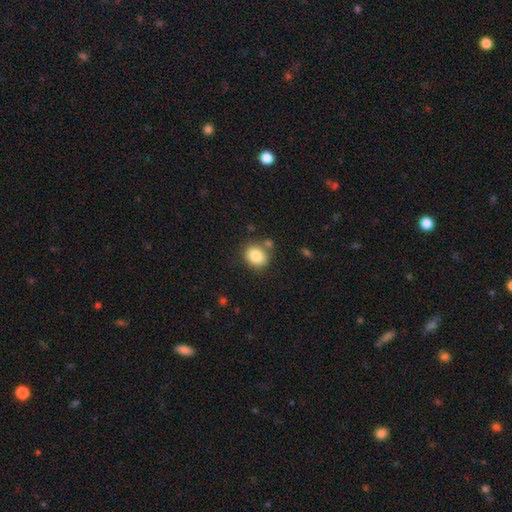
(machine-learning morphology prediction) Overall: smooth (84%). How rounded: round (60%; in between 39%). Merging: none (71%).